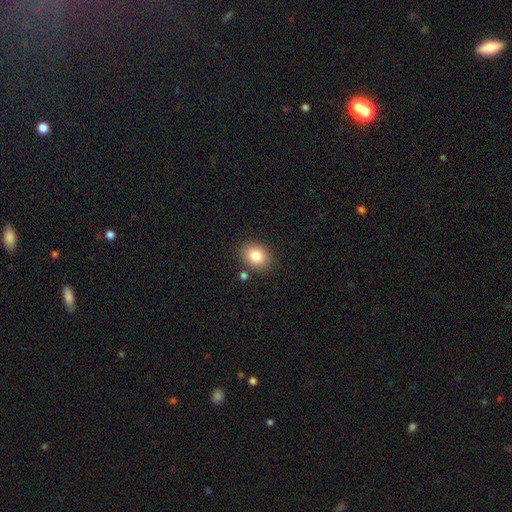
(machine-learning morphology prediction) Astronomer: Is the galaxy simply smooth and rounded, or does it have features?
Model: smooth — 84%.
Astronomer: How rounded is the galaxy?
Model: in between — 63%.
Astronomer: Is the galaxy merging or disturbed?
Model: none — 83%.